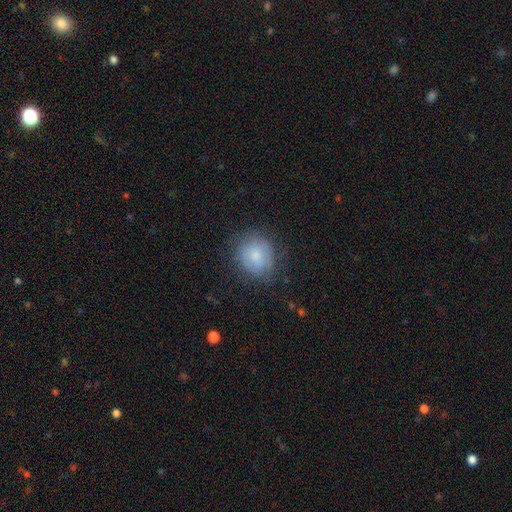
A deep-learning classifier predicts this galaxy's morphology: Smooth or featured? smooth (71%)
How rounded? round (80%)
Merging? none (69%)